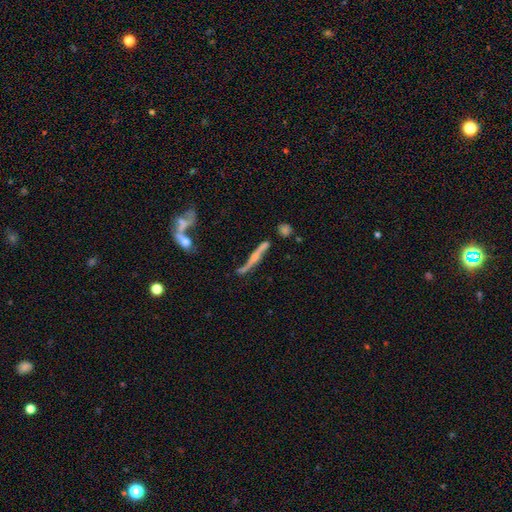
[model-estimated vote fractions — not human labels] The model was most divided on "merging": none: 57%, minor disturbance: 23%, major disturbance: 10%, merger: 9%. More confident: smooth or featured — featured or disk (78%); edge-on disk — yes (75%); edge-on bulge — rounded (74%).